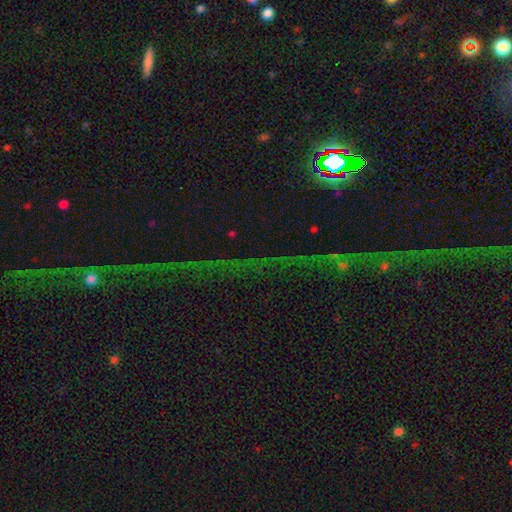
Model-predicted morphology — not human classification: Smooth or featured? Predicted: star or artifact (p=0.74).